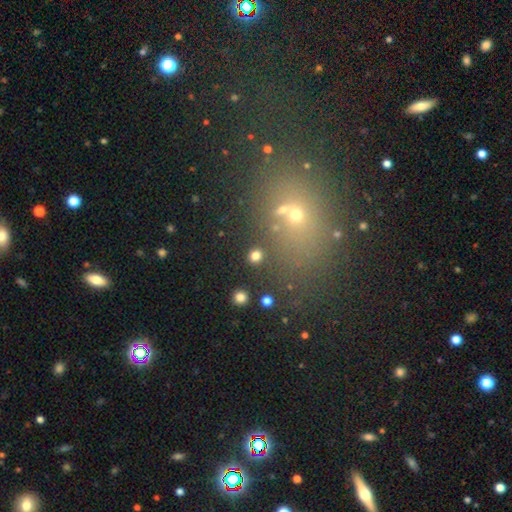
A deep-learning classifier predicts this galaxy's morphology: This appears to be a smooth galaxy with no disk features (79%) that is round (85%). Merging: none (87%).